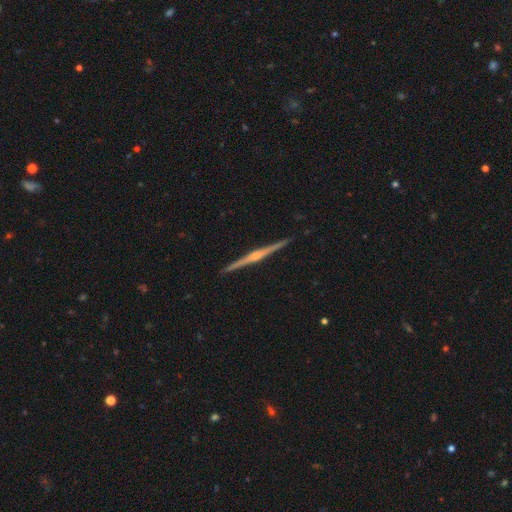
A featured or disk galaxy (85%) viewed edge-on (100%) with a rounded central bulge (82%). Merging: none (95%).